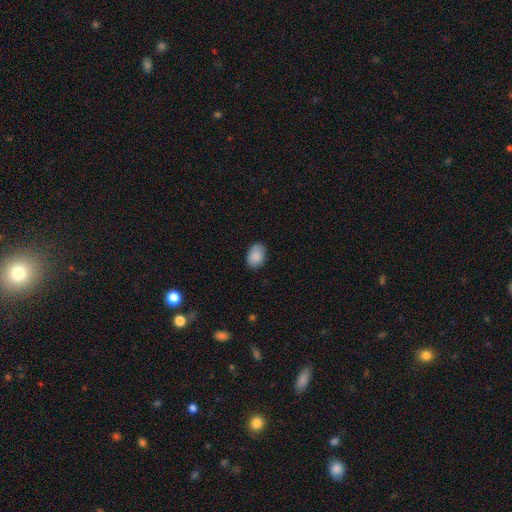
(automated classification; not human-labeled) Morphology: type=smooth (88%); roundness=in between (80%); merging=none (80%).